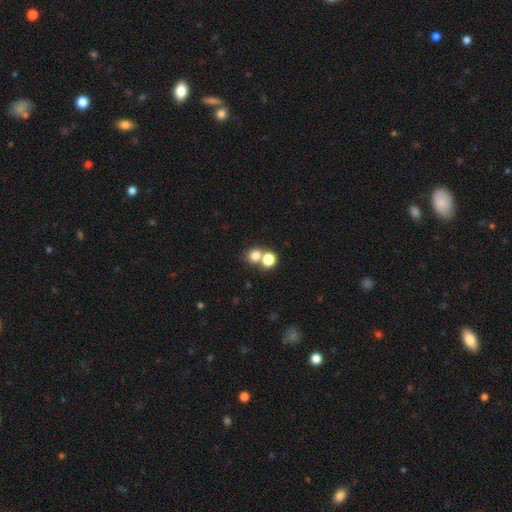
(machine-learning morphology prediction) The model was most divided on "merging": none: 48%, merger: 43%, minor disturbance: 6%, major disturbance: 3%. More confident: how rounded — round (78%); smooth or featured — smooth (76%).